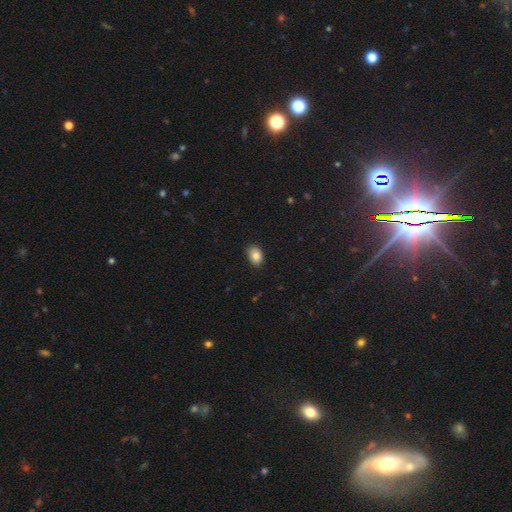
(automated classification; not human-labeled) Smooth or featured? smooth (84%)
How rounded? in between (77%)
Merging? none (85%)